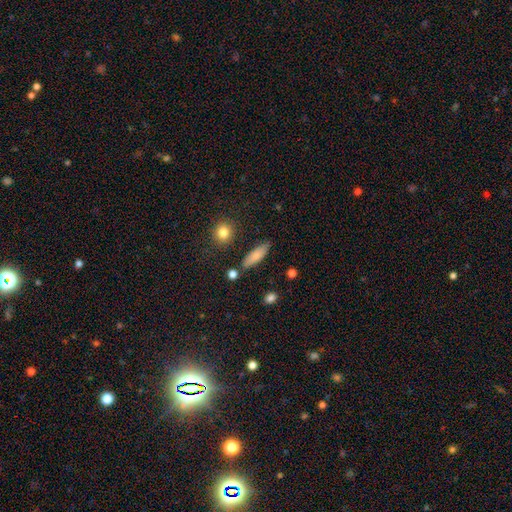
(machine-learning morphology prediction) Smooth or featured?
  - smooth: 80% *
  - featured or disk: 13%
  - star or artifact: 7%
How rounded?
  - cigar-shaped: 49% *
  - in between: 48%
  - round: 3%
Merging?
  - none: 80% *
  - minor disturbance: 13%
  - merger: 4%
  - major disturbance: 3%